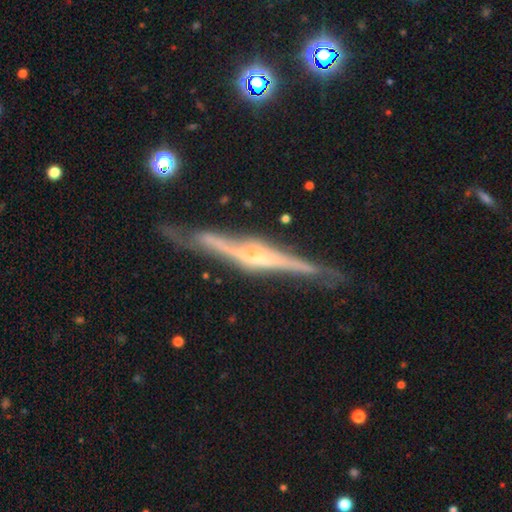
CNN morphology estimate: A featured or disk galaxy (84%) viewed edge-on (95%) with a rounded central bulge (58%). Merging: none (75%).